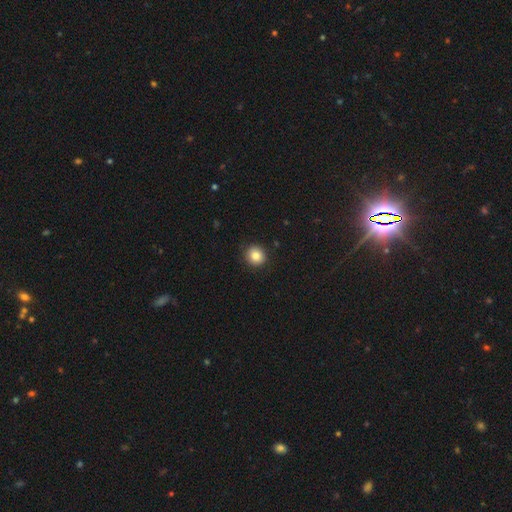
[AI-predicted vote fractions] The model was most divided on "how rounded": round: 87%, in between: 12%, cigar-shaped: 1%. More confident: merging — none (88%); smooth or featured — smooth (84%).